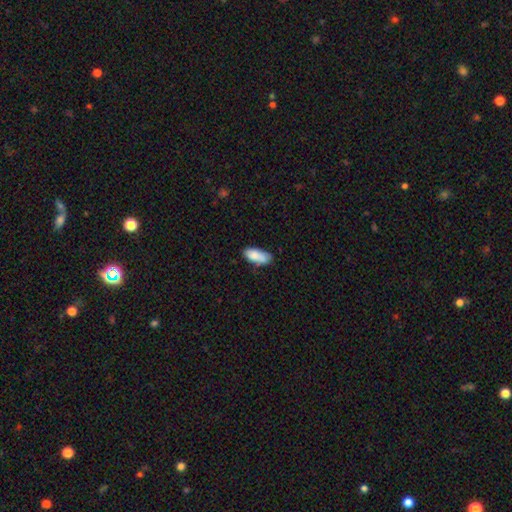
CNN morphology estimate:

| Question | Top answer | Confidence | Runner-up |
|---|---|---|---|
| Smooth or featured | smooth | 85% | featured or disk (8%) |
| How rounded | in between | 84% | cigar-shaped (13%) |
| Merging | none | 59% | minor disturbance (29%) |